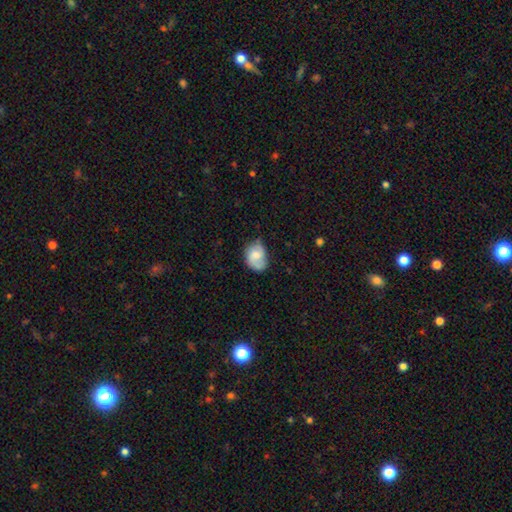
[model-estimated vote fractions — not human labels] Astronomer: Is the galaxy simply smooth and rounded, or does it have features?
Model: smooth — 58% (runner-up: featured or disk, 34%).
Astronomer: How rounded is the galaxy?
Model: in between — 65%.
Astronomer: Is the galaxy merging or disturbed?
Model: none — 53% (runner-up: minor disturbance, 33%).